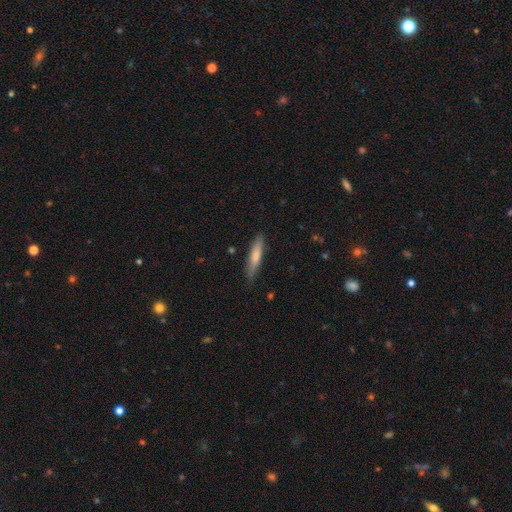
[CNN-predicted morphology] Overall: smooth (72%). How rounded: cigar-shaped (85%). Merging: none (83%).